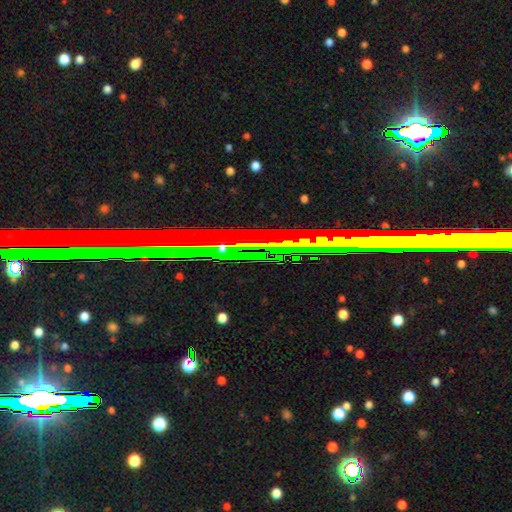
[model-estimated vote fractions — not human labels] Overall: star or artifact (69%).